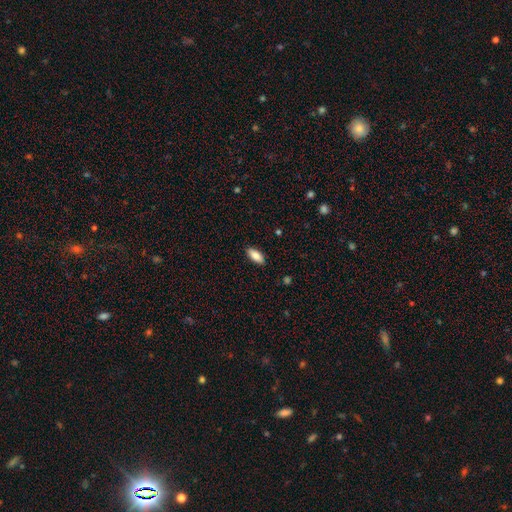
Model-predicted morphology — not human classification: The model was most divided on "how rounded": in between: 84%, cigar-shaped: 14%, round: 2%. More confident: merging — none (89%); smooth or featured — smooth (84%).